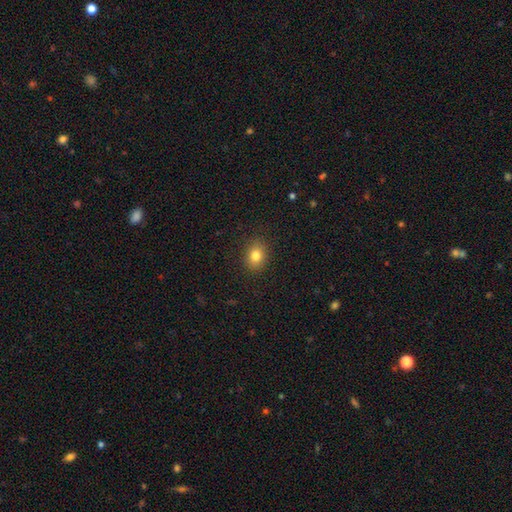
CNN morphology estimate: Smooth or featured?
  - smooth: 82% *
  - star or artifact: 11%
  - featured or disk: 8%
How rounded?
  - in between: 53% *
  - round: 46%
  - cigar-shaped: 1%
Merging?
  - none: 88% *
  - minor disturbance: 8%
  - major disturbance: 2%
  - merger: 1%